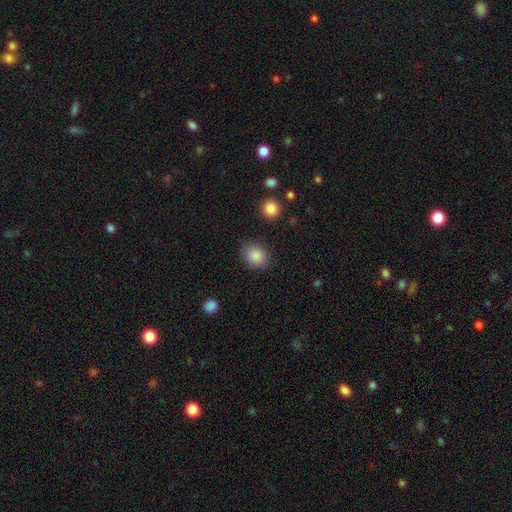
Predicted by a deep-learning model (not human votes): A smooth galaxy with no disk features (87%) that is round (57%). Merging: none (81%).